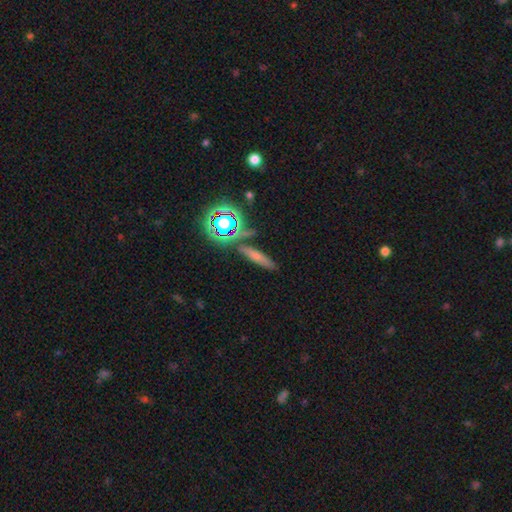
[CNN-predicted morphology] type=smooth (59%); roundness=cigar-shaped (80%); merging=none (79%).